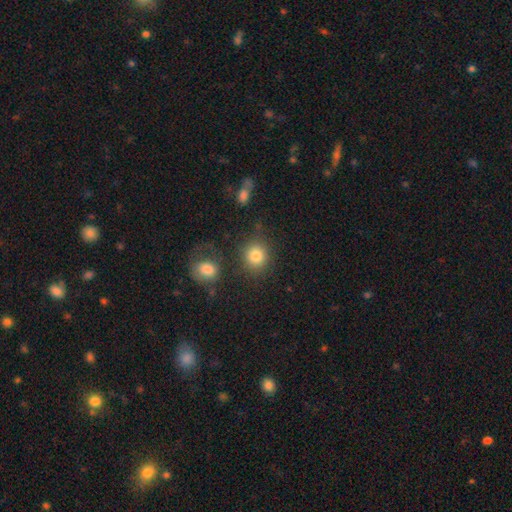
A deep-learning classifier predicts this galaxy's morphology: Smooth or featured? Predicted: smooth (p=0.83). How rounded? Predicted: round (p=0.83). Merging? Predicted: none (p=0.74).